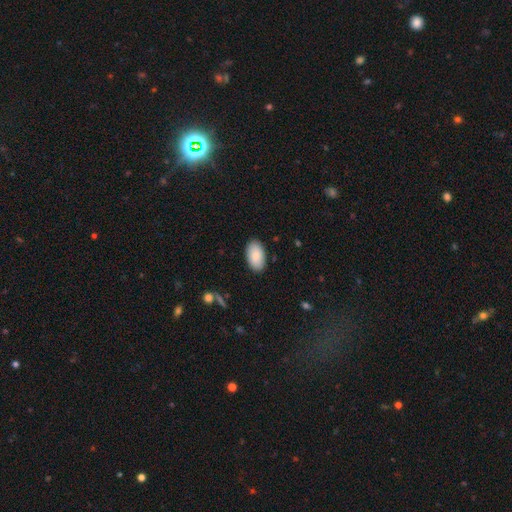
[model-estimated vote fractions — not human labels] A smooth galaxy with no disk features (85%) that is in between round and cigar-shaped (95%).

Vote fractions:
- Smooth or featured? smooth: 85% / featured or disk: 9% / star or artifact: 6%
- How rounded? in between: 95% / round: 4% / cigar-shaped: 1%
- Merging? none: 87% / minor disturbance: 9% / major disturbance: 2% / merger: 1%